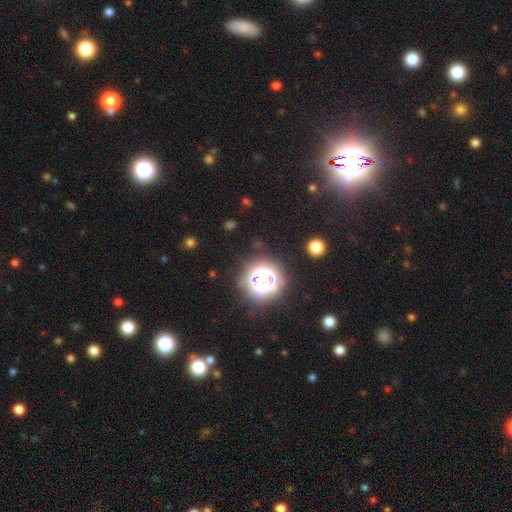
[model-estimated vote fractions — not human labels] The model was most divided on "smooth or featured": star or artifact: 78%, smooth: 16%, featured or disk: 6%.